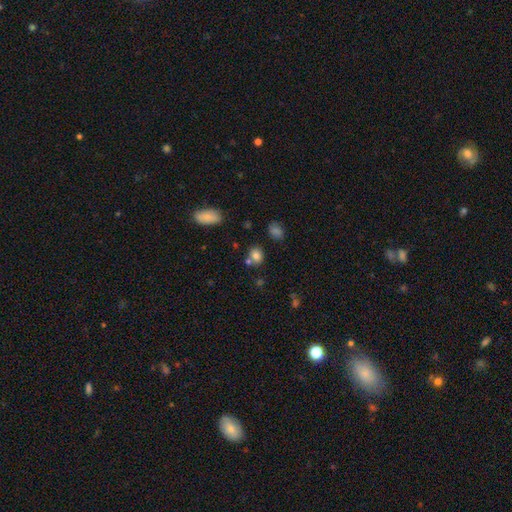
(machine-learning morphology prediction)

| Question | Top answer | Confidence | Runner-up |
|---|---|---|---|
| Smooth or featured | smooth | 79% | star or artifact (13%) |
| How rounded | round | 62% | in between (36%) |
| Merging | none | 64% | merger (20%) |